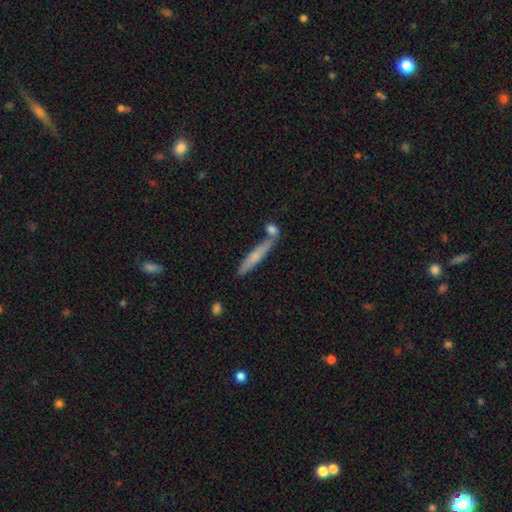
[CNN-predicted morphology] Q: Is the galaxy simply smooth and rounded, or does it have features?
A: smooth — 58%.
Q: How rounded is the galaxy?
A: cigar-shaped — 93%.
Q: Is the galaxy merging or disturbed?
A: none — 69%.